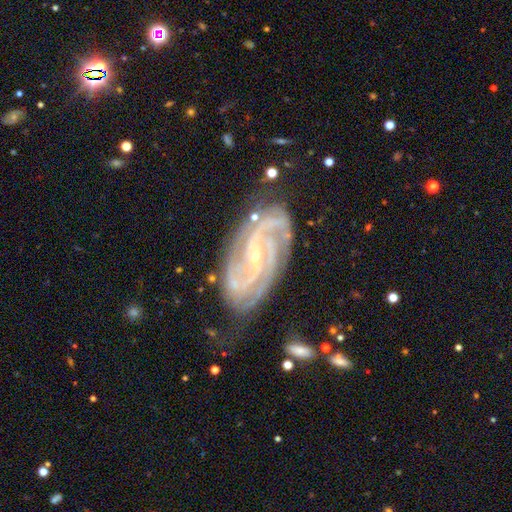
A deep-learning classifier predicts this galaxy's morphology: Smooth or featured? featured or disk (91%)
Edge-on disk? no (96%)
Bar? weak (38%)
Spiral arms? yes (99%)
Spiral winding? tight (63%)
Spiral arm count? 2 (30%)
Bulge size? small (83%)
Merging? none (75%)